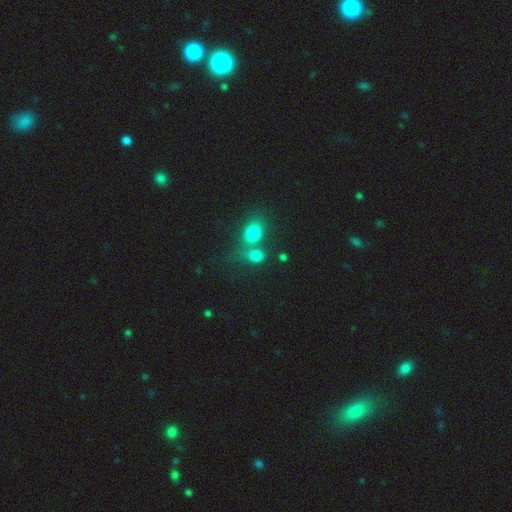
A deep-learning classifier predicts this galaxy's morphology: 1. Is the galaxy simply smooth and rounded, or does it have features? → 77% smooth, 15% star or artifact, 8% featured or disk.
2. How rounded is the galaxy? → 52% round, 45% in between, 2% cigar-shaped.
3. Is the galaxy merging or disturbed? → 44% merger, 39% none, 10% minor disturbance, 6% major disturbance.